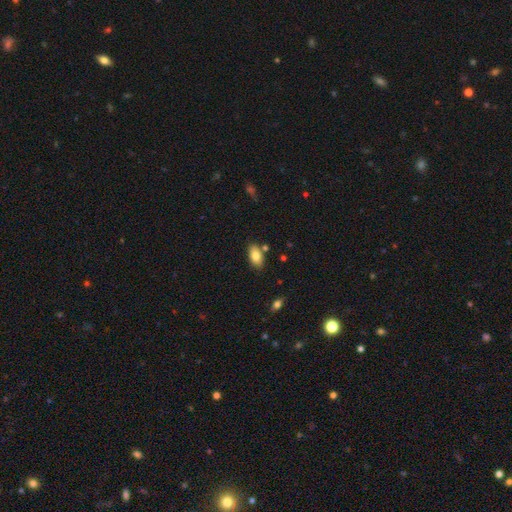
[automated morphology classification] This appears to be a smooth galaxy with no disk features (81%) that is in between round and cigar-shaped (92%). Merging: none (78%).